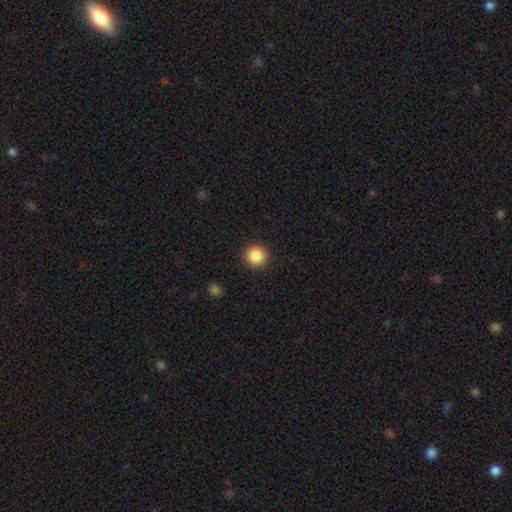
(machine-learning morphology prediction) smooth_or_featured: smooth (p=0.87) [alt: star or artifact p=0.10]
how_rounded: round (p=0.95) [alt: in between p=0.04]
merging: none (p=0.92) [alt: minor disturbance p=0.05]